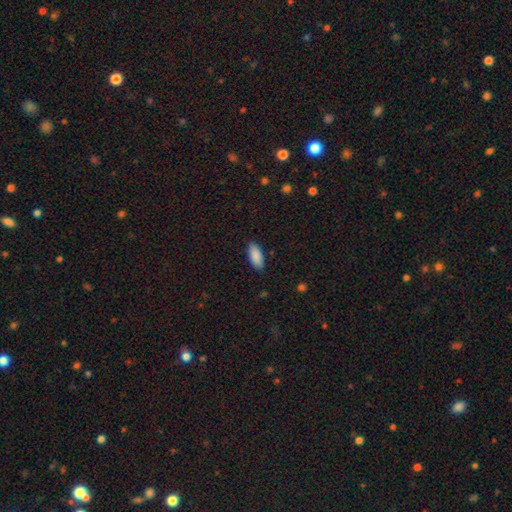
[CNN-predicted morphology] This appears to be a smooth galaxy with no disk features (90%) that is in between round and cigar-shaped (86%). Merging: none (87%).